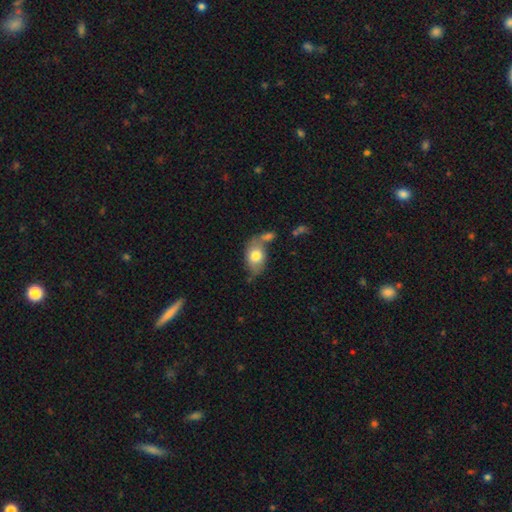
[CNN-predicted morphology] Smooth or featured?
  - smooth: 72% *
  - featured or disk: 21%
  - star or artifact: 7%
How rounded?
  - in between: 82% *
  - round: 16%
  - cigar-shaped: 2%
Merging?
  - none: 45% *
  - merger: 24%
  - minor disturbance: 22%
  - major disturbance: 9%